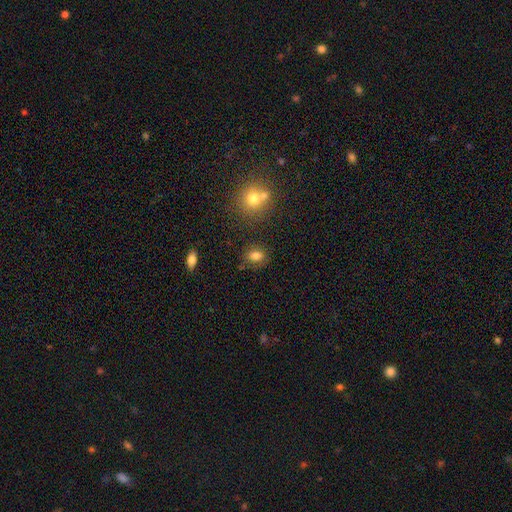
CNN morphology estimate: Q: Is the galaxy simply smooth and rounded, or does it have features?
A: smooth — 81%.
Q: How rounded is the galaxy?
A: in between — 67%.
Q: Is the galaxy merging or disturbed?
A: none — 77%.